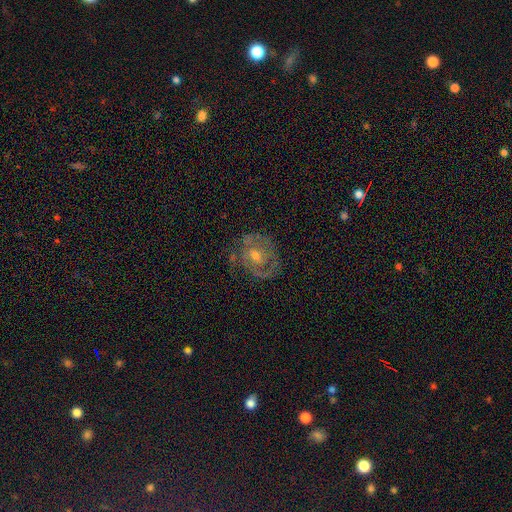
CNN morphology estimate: A featured or disk galaxy (78%) with no bar (60%), 2 (50%) tight (53%) spiral arms (83%) and a moderate central bulge (53%). Merging: none (69%).